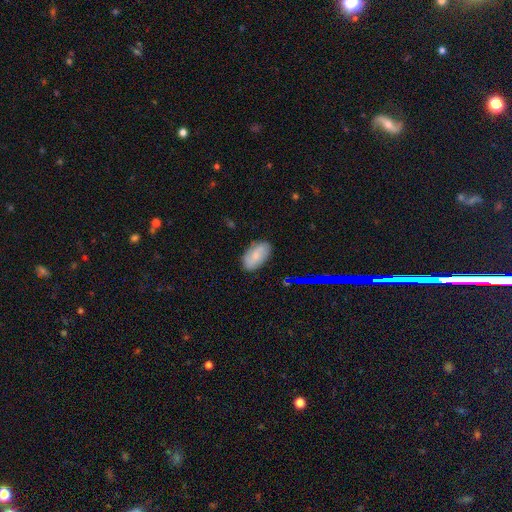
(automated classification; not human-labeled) Morphology: type=smooth (63%); roundness=in between (93%); merging=none (82%).